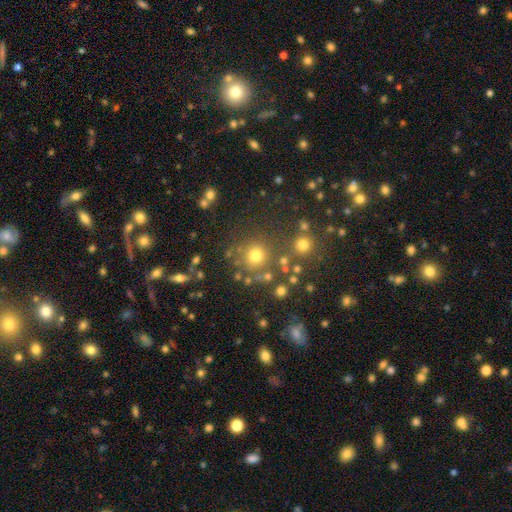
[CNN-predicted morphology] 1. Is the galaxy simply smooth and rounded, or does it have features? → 74% smooth, 19% star or artifact, 8% featured or disk.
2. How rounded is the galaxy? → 92% round, 7% in between, 1% cigar-shaped.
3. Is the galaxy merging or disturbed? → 75% none, 10% merger, 10% minor disturbance, 5% major disturbance.